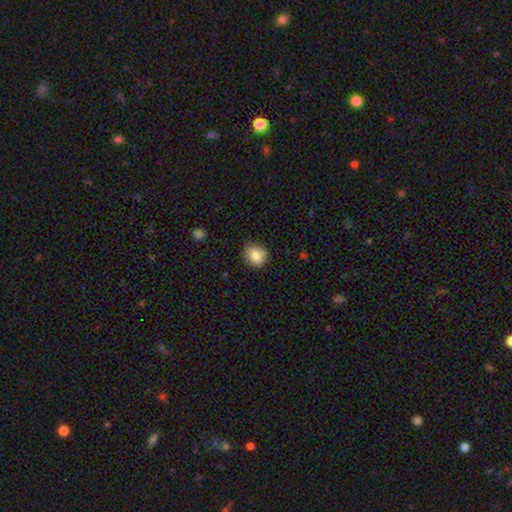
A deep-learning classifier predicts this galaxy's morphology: This appears to be a smooth galaxy with no disk features (83%) that is round (66%). Merging: none (80%).